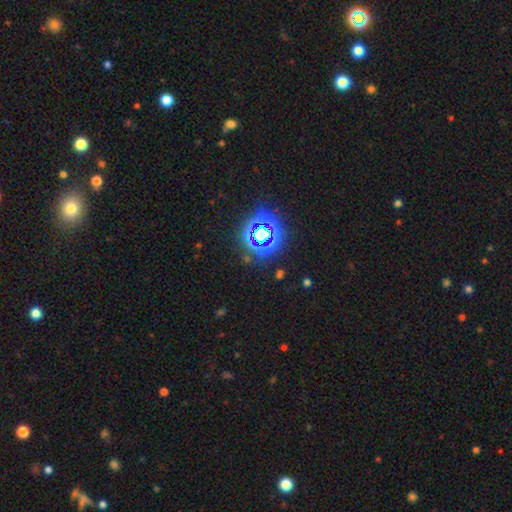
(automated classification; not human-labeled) smooth_or_featured: star or artifact (p=0.49) [alt: smooth p=0.42]